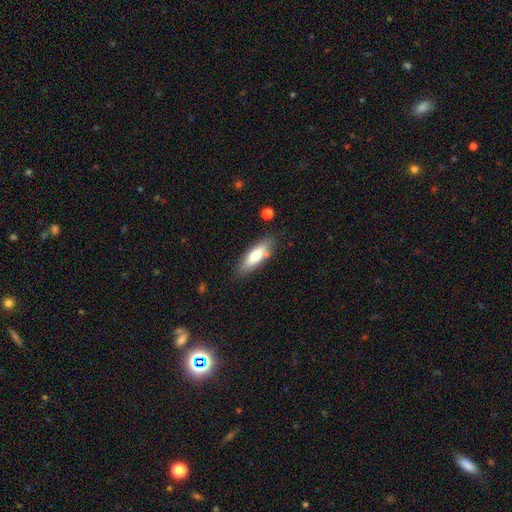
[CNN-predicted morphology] Overall: smooth (67%; featured or disk 27%). How rounded: in between (52%; cigar-shaped 46%). Merging: none (80%).